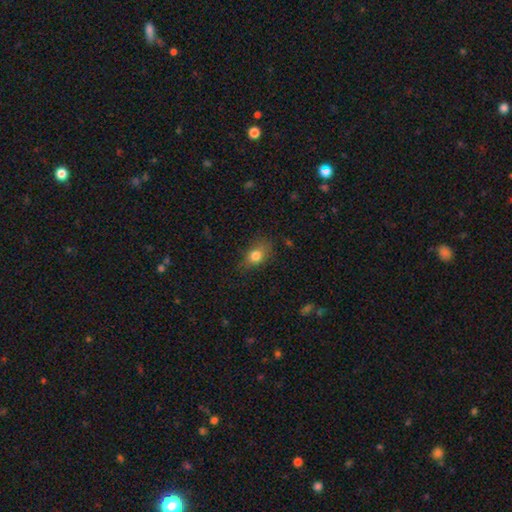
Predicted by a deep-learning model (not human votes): This appears to be a smooth galaxy with no disk features (79%) that is in between round and cigar-shaped (65%). Merging: none (69%).